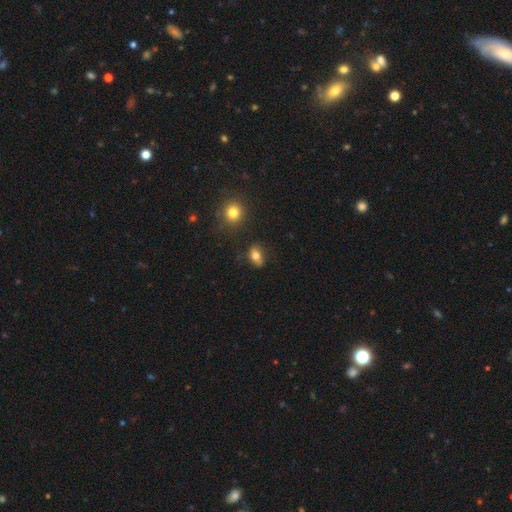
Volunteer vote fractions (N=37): Volunteers were most divided on "how rounded": in between: 62%, round: 35%, cigar-shaped: 3%. More confident: smooth or featured — smooth (92%); merging — none (86%).